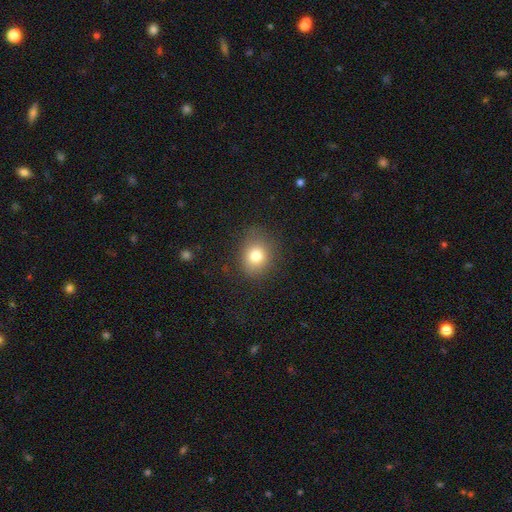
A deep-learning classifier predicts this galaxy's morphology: Smooth or featured: smooth — 80% (star or artifact — 11%)
How rounded: round — 61% (in between — 38%)
Merging: none — 77% (minor disturbance — 16%)